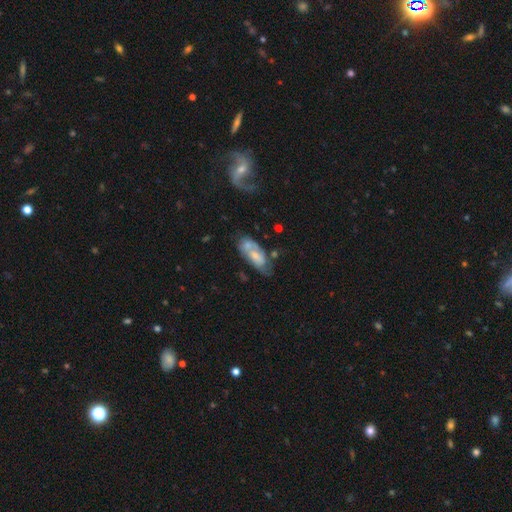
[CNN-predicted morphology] type=smooth (48%); merging=none (37%).